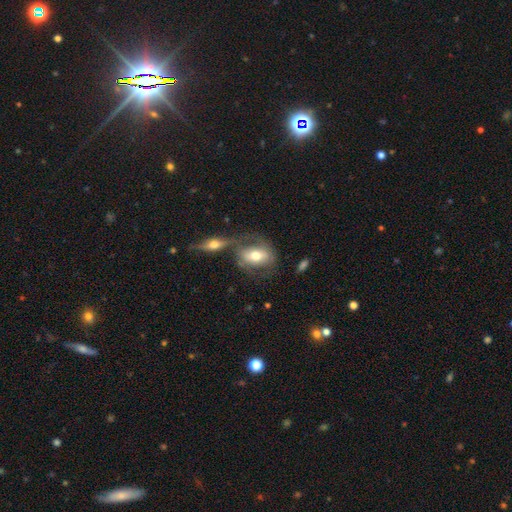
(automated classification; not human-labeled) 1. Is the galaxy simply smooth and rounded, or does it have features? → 55% smooth, 38% featured or disk, 7% star or artifact.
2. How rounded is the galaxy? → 77% in between, 19% round, 3% cigar-shaped.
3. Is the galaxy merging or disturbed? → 41% none, 32% merger, 16% minor disturbance, 11% major disturbance.